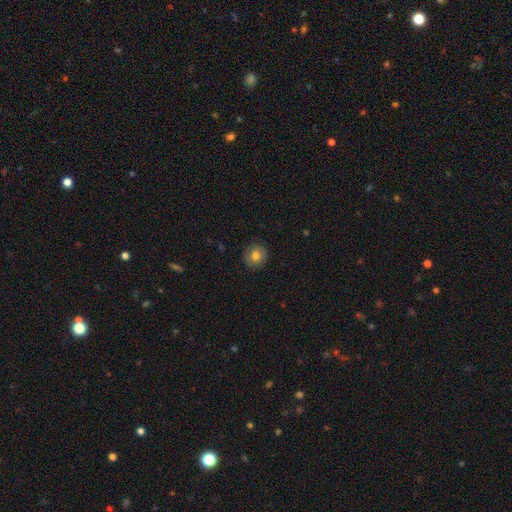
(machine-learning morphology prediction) Q: Smooth or featured?
A: smooth (77%); runner-up: featured or disk (13%)
Q: How rounded?
A: round (89%); runner-up: in between (10%)
Q: Merging?
A: none (89%); runner-up: minor disturbance (8%)